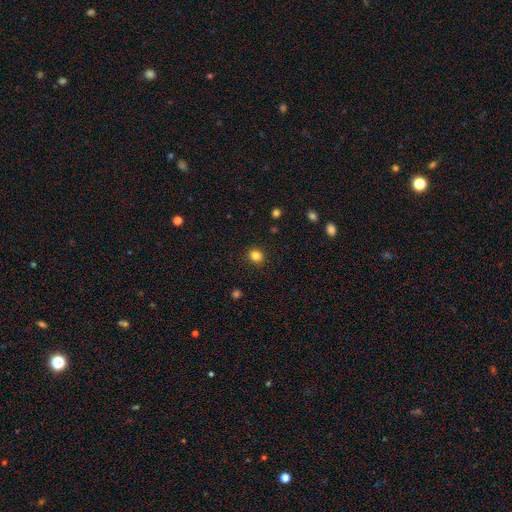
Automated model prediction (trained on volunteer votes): A smooth galaxy with no disk features (84%) that is round (76%). Merging: none (91%).